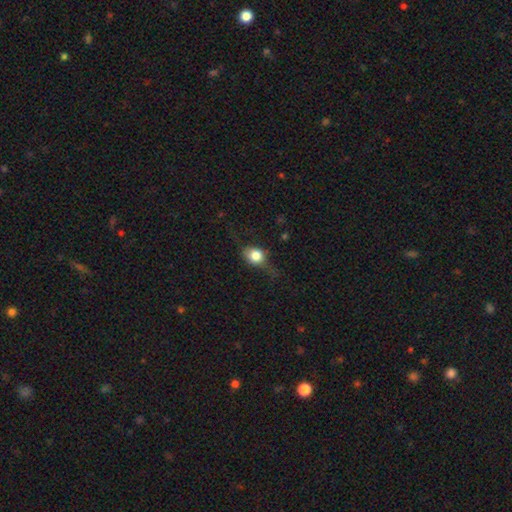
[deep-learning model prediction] Smooth or featured? Predicted: smooth (p=0.65). How rounded? Predicted: round (p=0.62). Merging? Predicted: none (p=0.56).